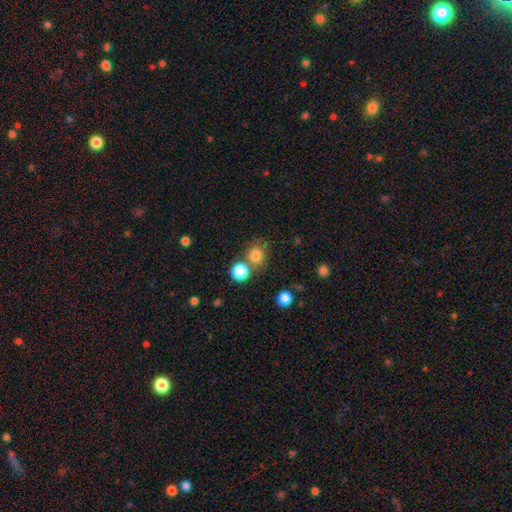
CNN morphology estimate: A smooth galaxy with no disk features (80%) that is round (83%). Merging: none (65%).